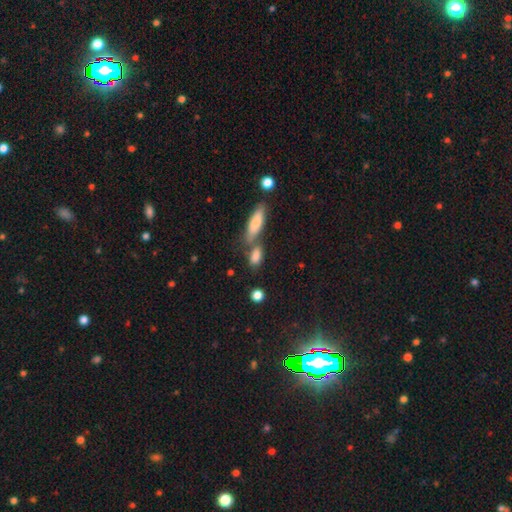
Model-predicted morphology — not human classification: type=smooth (81%); roundness=in between (73%); merging=none (48%).